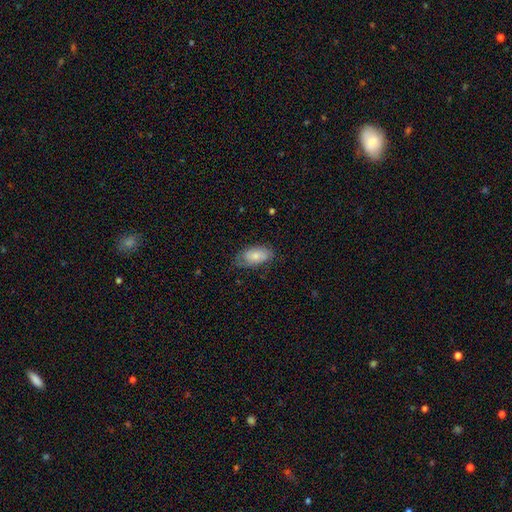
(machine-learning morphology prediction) Smooth or featured? Predicted: smooth (p=0.65). How rounded? Predicted: in between (p=0.92). Merging? Predicted: none (p=0.64).